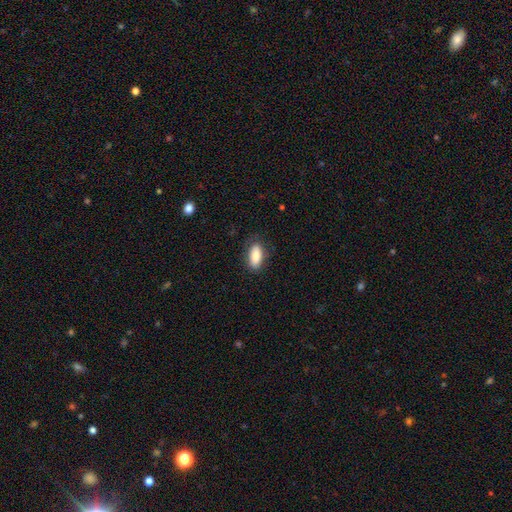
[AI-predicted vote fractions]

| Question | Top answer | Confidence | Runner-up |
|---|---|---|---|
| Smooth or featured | smooth | 84% | featured or disk (10%) |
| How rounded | in between | 90% | cigar-shaped (7%) |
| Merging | none | 79% | minor disturbance (16%) |